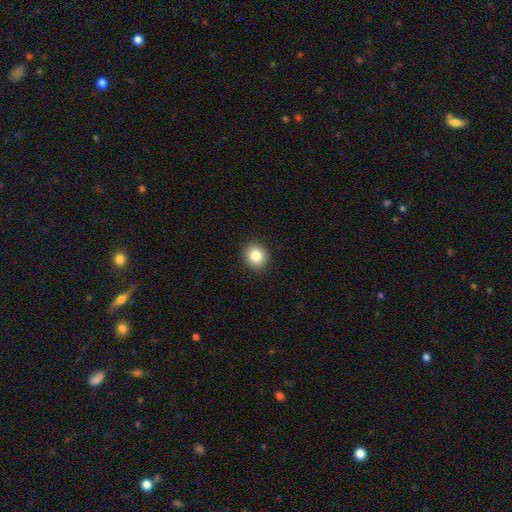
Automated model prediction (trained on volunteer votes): A smooth galaxy with no disk features (84%) that is round (85%).

Vote fractions:
- Smooth or featured? smooth: 84% / star or artifact: 10% / featured or disk: 7%
- How rounded? round: 85% / in between: 14% / cigar-shaped: 1%
- Merging? none: 92% / minor disturbance: 6% / major disturbance: 2% / merger: 1%